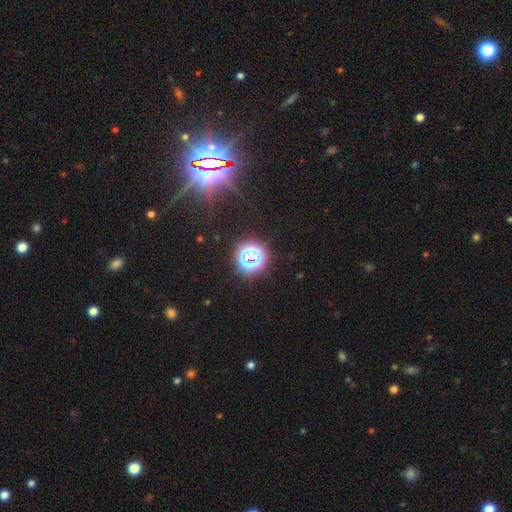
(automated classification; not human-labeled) A star or artifact, not a galaxy (71%).

Vote fractions:
- Smooth or featured? star or artifact: 71% / smooth: 20% / featured or disk: 9%